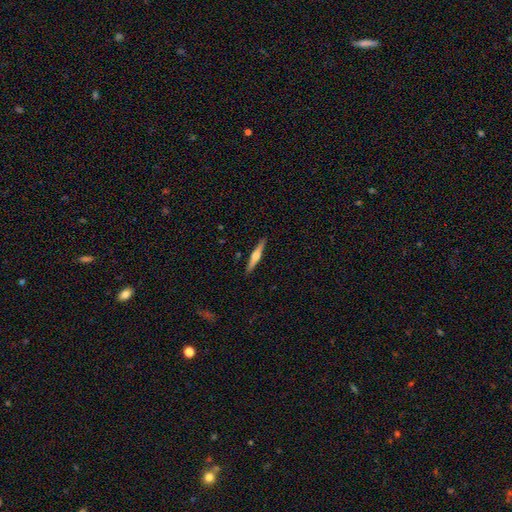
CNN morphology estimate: Overall: featured or disk (66%; smooth 29%). Edge-on disk: yes (98%). Edge-on bulge: rounded (89%). Merging: none (91%).